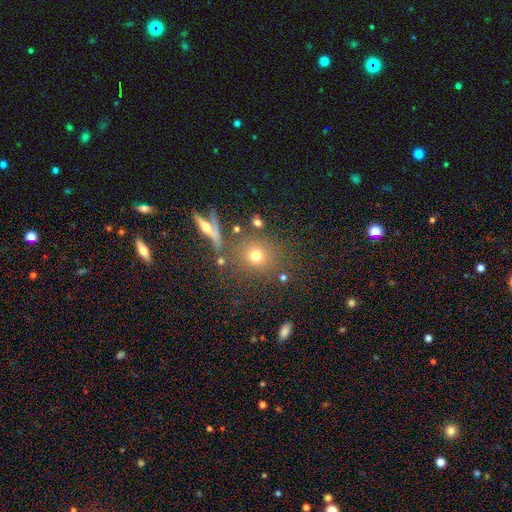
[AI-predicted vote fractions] smooth 68%, star or artifact 17%, featured or disk 15%. Down the decision tree: how rounded — round (84%); merging — none (73%).